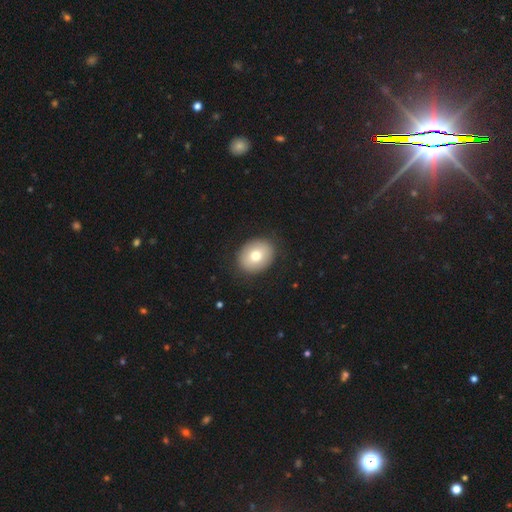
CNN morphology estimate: The model was most divided on "how rounded": in between: 53%, round: 47%, cigar-shaped: 1%. More confident: merging — none (88%); smooth or featured — smooth (75%).